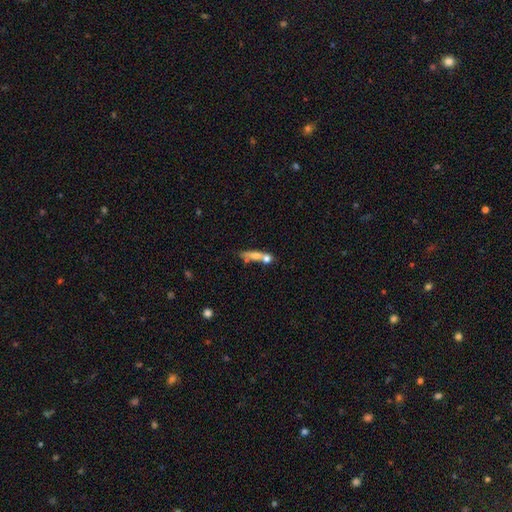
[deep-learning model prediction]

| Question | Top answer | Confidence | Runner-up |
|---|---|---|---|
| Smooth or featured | smooth | 56% | featured or disk (34%) |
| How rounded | cigar-shaped | 65% | in between (25%) |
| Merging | merger | 40% | none (39%) |